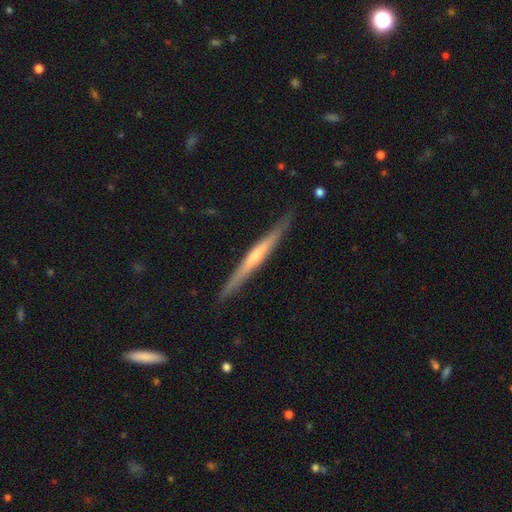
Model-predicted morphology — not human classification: The model was most divided on "edge-on bulge": rounded: 58%, none: 36%, boxy: 6%. More confident: edge-on disk — yes (97%); merging — none (89%); smooth or featured — featured or disk (68%).